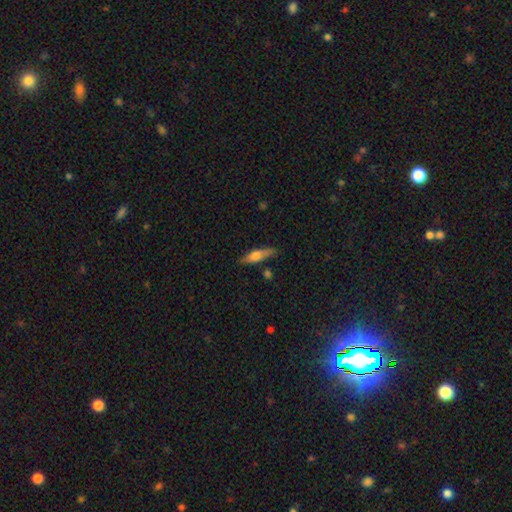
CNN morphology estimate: smooth 56%, featured or disk 37%, star or artifact 7%. Down the decision tree: how rounded — cigar-shaped (67%); merging — none (80%).